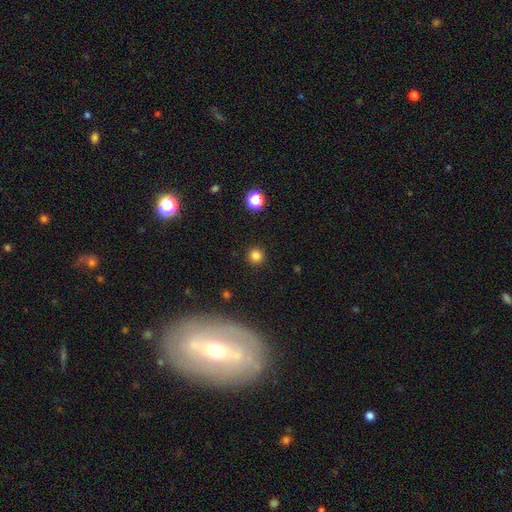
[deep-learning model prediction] smooth_or_featured: smooth (p=0.82) [alt: star or artifact p=0.14]
how_rounded: round (p=0.95) [alt: in between p=0.04]
merging: none (p=0.92) [alt: minor disturbance p=0.05]